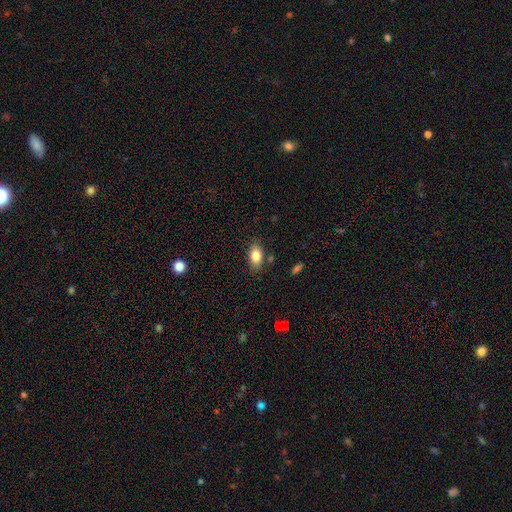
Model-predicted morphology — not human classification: smooth_or_featured: smooth (p=0.84) [alt: featured or disk p=0.08]
how_rounded: in between (p=0.89) [alt: round p=0.07]
merging: none (p=0.82) [alt: minor disturbance p=0.12]